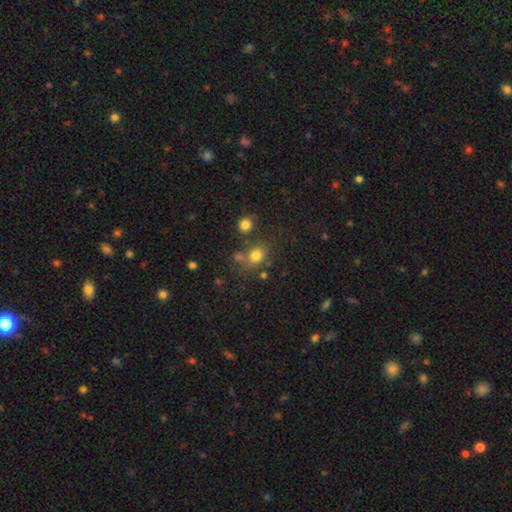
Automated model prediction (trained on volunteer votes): Overall: smooth (76%). How rounded: round (56%; in between 42%). Merging: none (65%).